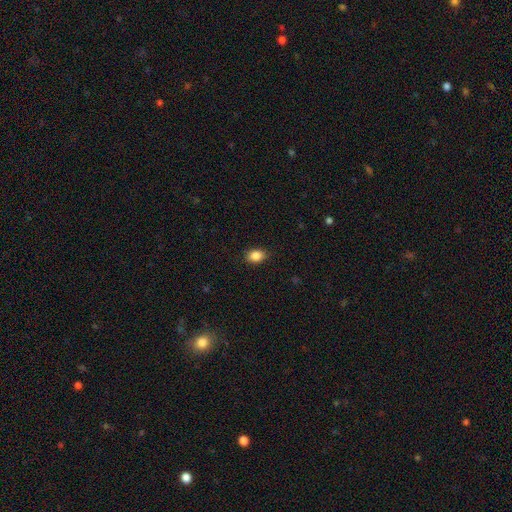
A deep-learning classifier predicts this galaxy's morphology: Smooth or featured: smooth — 87% (star or artifact — 9%)
How rounded: in between — 73% (round — 25%)
Merging: none — 85% (minor disturbance — 12%)